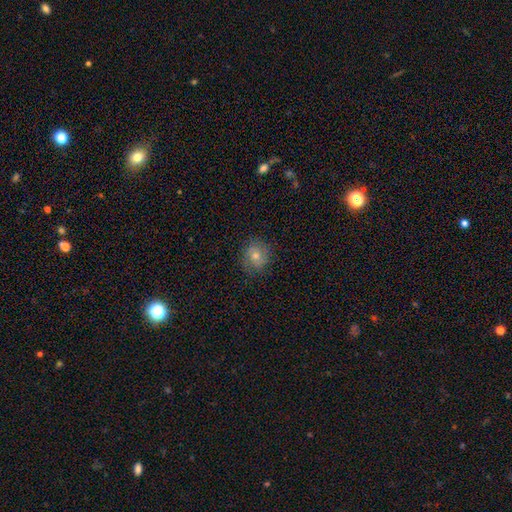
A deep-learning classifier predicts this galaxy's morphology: This appears to be a smooth galaxy with no disk features (44%). Merging: none (79%).